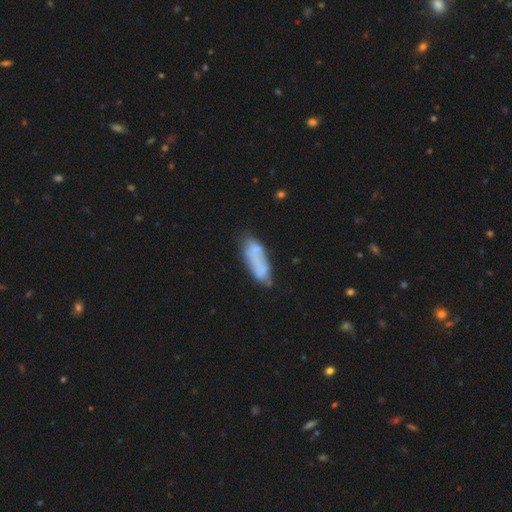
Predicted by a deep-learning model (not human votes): Morphology: type=smooth (57%); roundness=in between (57%); merging=none (54%).